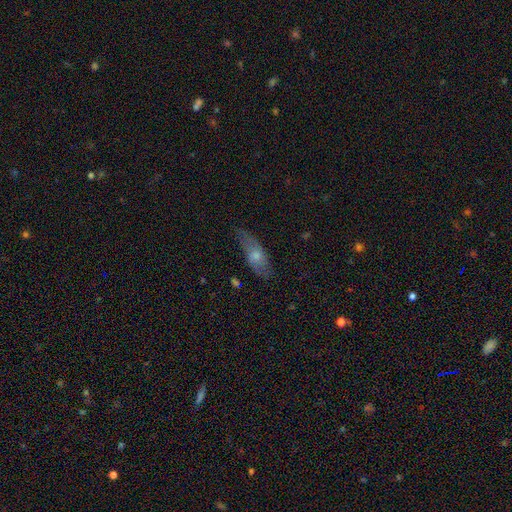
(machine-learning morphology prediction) Smooth or featured?
  - smooth: 61% *
  - featured or disk: 32%
  - star or artifact: 8%
How rounded?
  - in between: 70% *
  - cigar-shaped: 26%
  - round: 4%
Merging?
  - none: 66% *
  - minor disturbance: 25%
  - major disturbance: 8%
  - merger: 2%